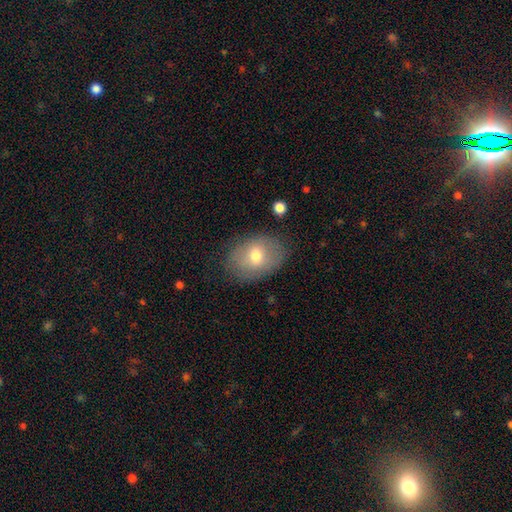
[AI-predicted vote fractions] Smooth or featured?
  - smooth: 65% *
  - featured or disk: 25%
  - star or artifact: 9%
How rounded?
  - in between: 71% *
  - round: 28%
  - cigar-shaped: 1%
Merging?
  - none: 80% *
  - minor disturbance: 15%
  - major disturbance: 4%
  - merger: 1%